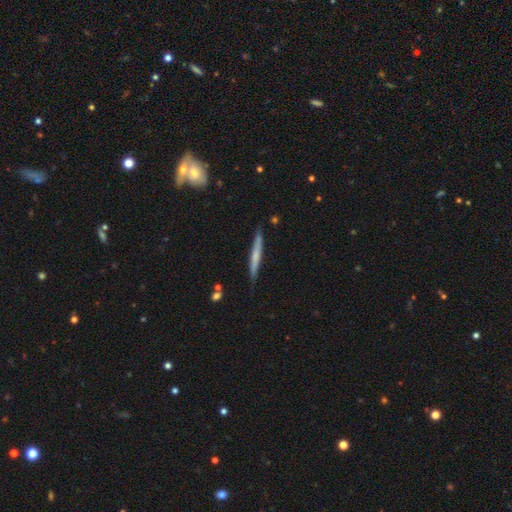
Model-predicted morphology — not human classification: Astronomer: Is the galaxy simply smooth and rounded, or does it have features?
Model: smooth — 52% (runner-up: featured or disk, 42%).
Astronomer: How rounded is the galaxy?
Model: cigar-shaped — 95%.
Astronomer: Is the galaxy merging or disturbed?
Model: none — 86%.